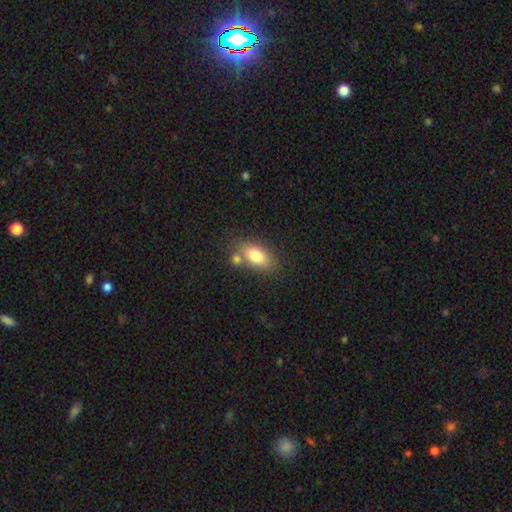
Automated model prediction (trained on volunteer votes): Q: Smooth or featured?
A: smooth (78%); runner-up: featured or disk (13%)
Q: How rounded?
A: in between (86%); runner-up: round (8%)
Q: Merging?
A: none (60%); runner-up: merger (21%)